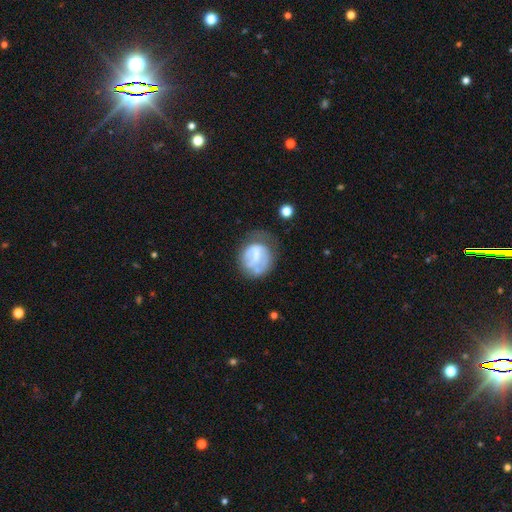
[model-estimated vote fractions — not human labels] Smooth or featured? featured or disk (55%)
Edge-on disk? no (97%)
Bar? weak (42%)
Spiral arms? no (56%)
Bulge size? small (37%)
Merging? none (38%)